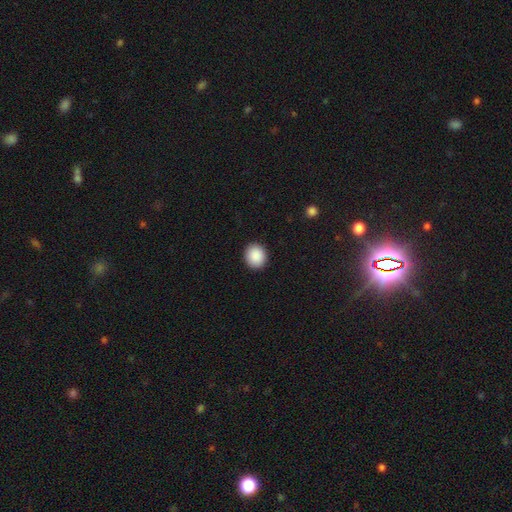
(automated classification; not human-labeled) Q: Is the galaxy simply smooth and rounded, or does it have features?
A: smooth — 89%.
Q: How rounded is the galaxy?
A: round — 75%.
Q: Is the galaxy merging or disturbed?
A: none — 92%.